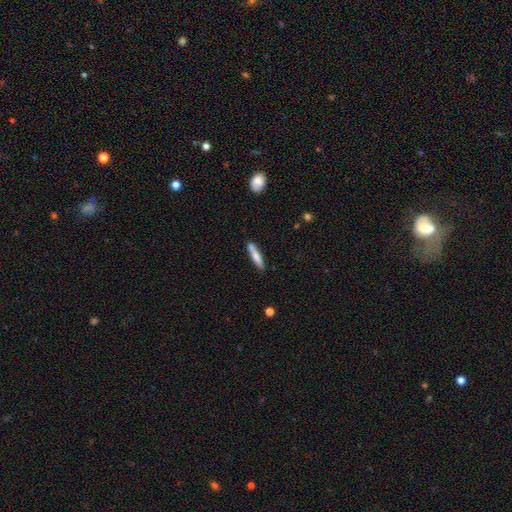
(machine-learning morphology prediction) The model was most divided on "smooth or featured": smooth: 66%, featured or disk: 28%, star or artifact: 6%. More confident: how rounded — cigar-shaped (86%); merging — none (74%).